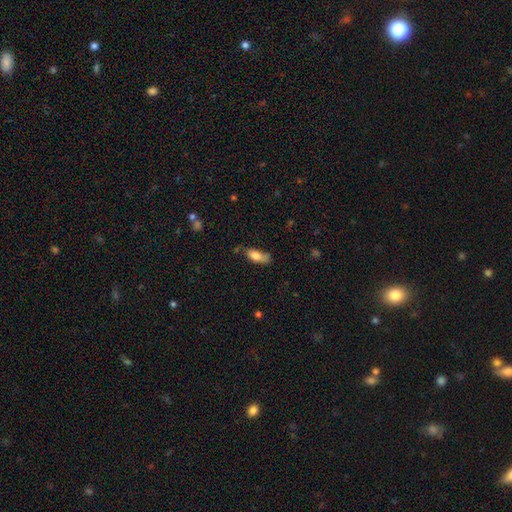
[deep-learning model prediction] smooth 75%, featured or disk 17%, star or artifact 7%. Down the decision tree: how rounded — in between (77%); merging — none (55%).